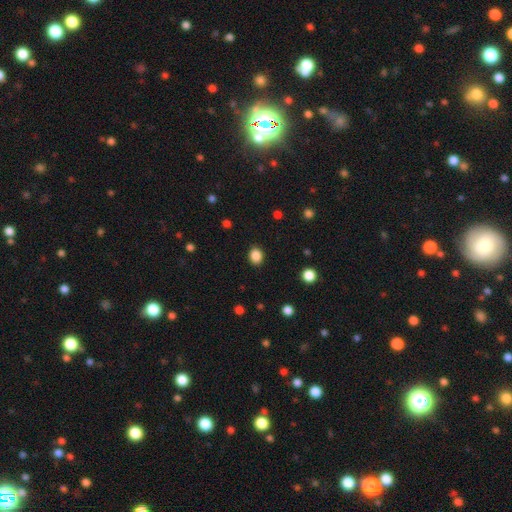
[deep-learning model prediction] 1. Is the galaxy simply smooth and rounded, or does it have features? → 87% smooth, 10% star or artifact, 3% featured or disk.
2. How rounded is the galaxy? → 53% round, 46% in between, 1% cigar-shaped.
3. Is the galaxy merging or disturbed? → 89% none, 7% minor disturbance, 2% major disturbance, 1% merger.